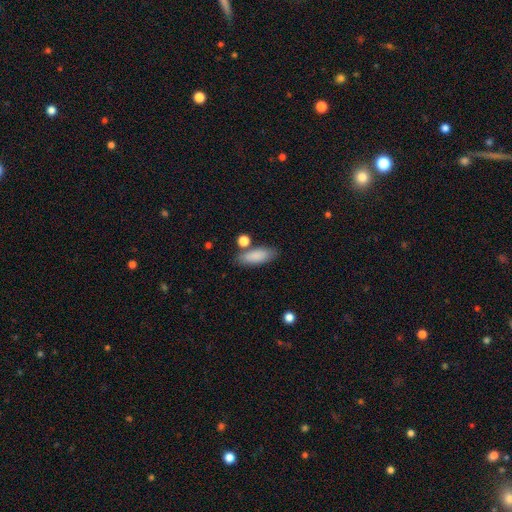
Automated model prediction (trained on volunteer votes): Morphology: type=smooth (86%); roundness=in between (69%); merging=none (72%).